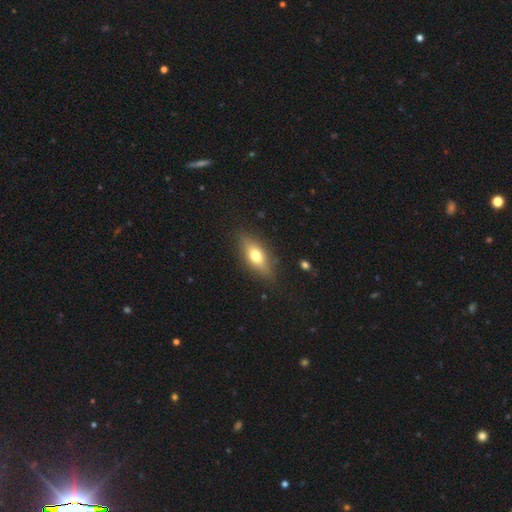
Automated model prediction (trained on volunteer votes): Smooth or featured: smooth — 64% (featured or disk — 29%)
How rounded: in between — 71% (cigar-shaped — 24%)
Merging: none — 82% (minor disturbance — 13%)